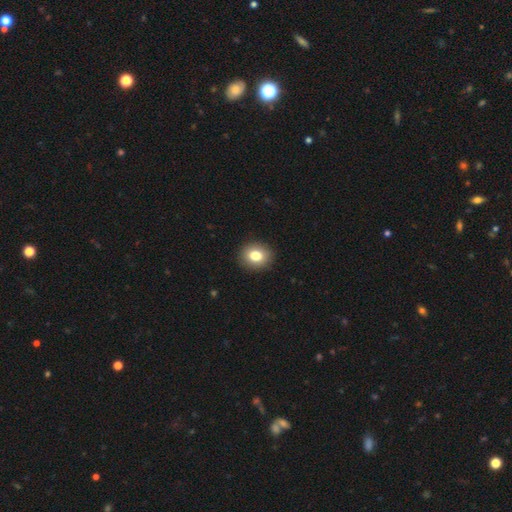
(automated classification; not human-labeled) smooth-or-featured: smooth: 81% | featured or disk: 9% | star or artifact: 9%
  how-rounded: round: 65% | in between: 34% | cigar-shaped: 1%
  merging: none: 91% | minor disturbance: 6% | major disturbance: 2% | merger: 1%